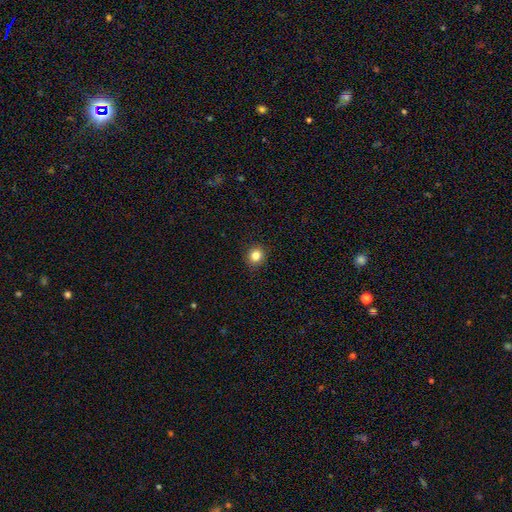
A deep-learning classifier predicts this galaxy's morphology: The model was most divided on "smooth or featured": smooth: 83%, star or artifact: 12%, featured or disk: 6%. More confident: merging — none (92%); how rounded — round (88%).